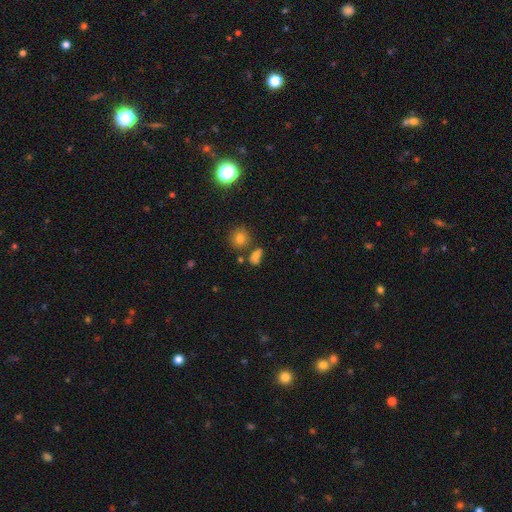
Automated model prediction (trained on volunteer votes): The model was most divided on "merging": none: 57%, merger: 18%, minor disturbance: 18%, major disturbance: 8%. More confident: smooth or featured — smooth (71%); how rounded — in between (69%).